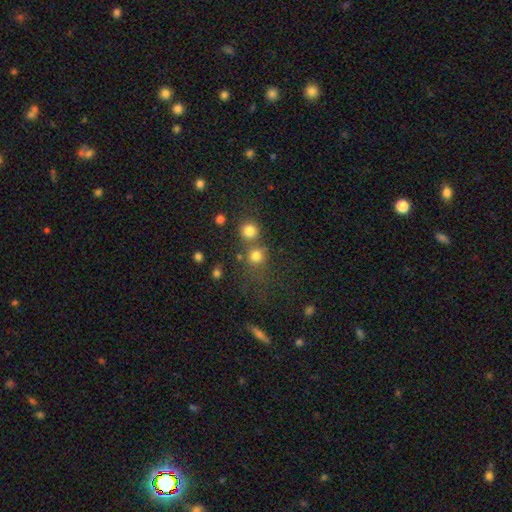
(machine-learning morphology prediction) Q: Smooth or featured?
A: smooth (76%); runner-up: star or artifact (16%)
Q: How rounded?
A: round (89%); runner-up: in between (10%)
Q: Merging?
A: none (56%); runner-up: merger (30%)